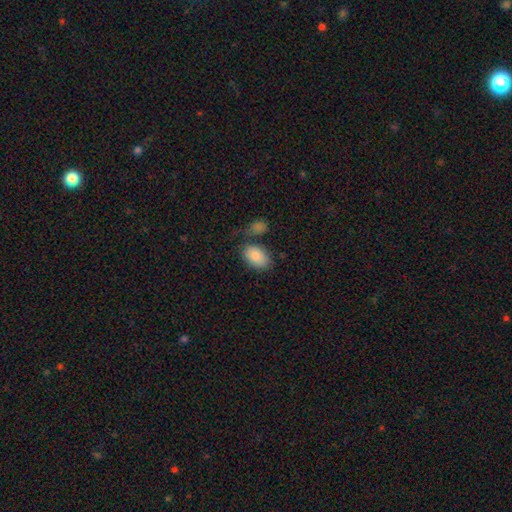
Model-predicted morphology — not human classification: A smooth galaxy with no disk features (85%) that is in between round and cigar-shaped (89%). Merging: none (64%).